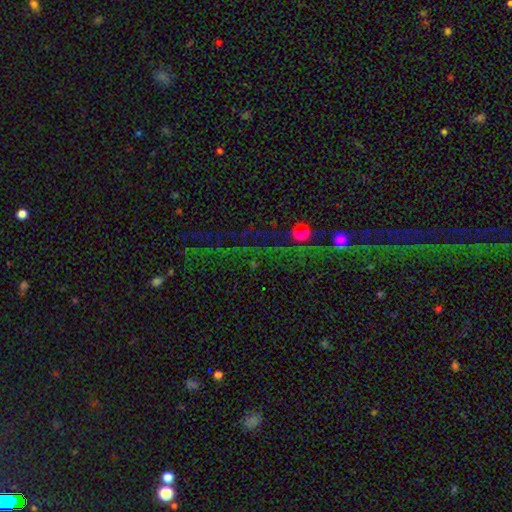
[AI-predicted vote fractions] A star or artifact, not a galaxy (75%).